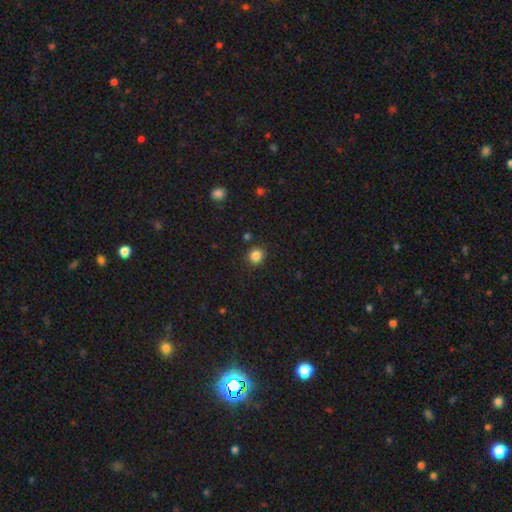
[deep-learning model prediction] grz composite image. It shows a smooth galaxy with no disk features (85%) that is round (90%). Merging: none (89%).